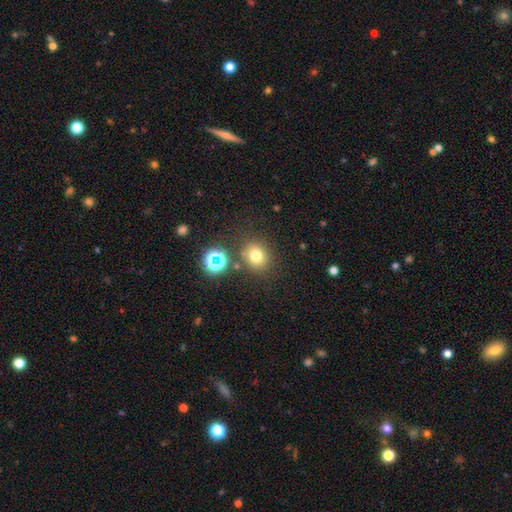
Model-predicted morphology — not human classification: smooth-or-featured: smooth: 72% | star or artifact: 20% | featured or disk: 8%
  how-rounded: round: 79% | in between: 20% | cigar-shaped: 1%
  merging: none: 78% | minor disturbance: 10% | merger: 8% | major disturbance: 4%